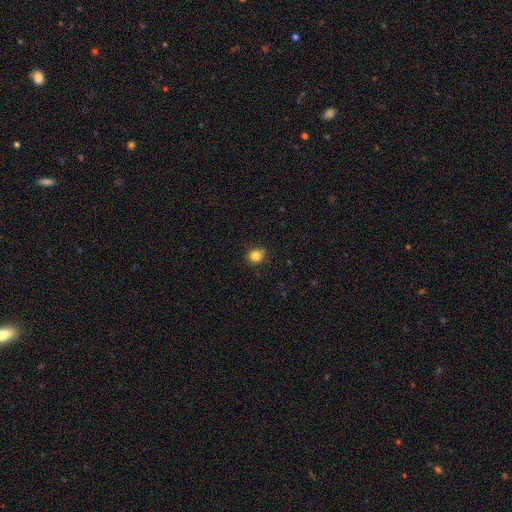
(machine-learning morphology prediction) smooth-or-featured: smooth: 84% | star or artifact: 11% | featured or disk: 6%
  how-rounded: round: 67% | in between: 32% | cigar-shaped: 1%
  merging: none: 83% | minor disturbance: 14% | major disturbance: 3% | merger: 1%